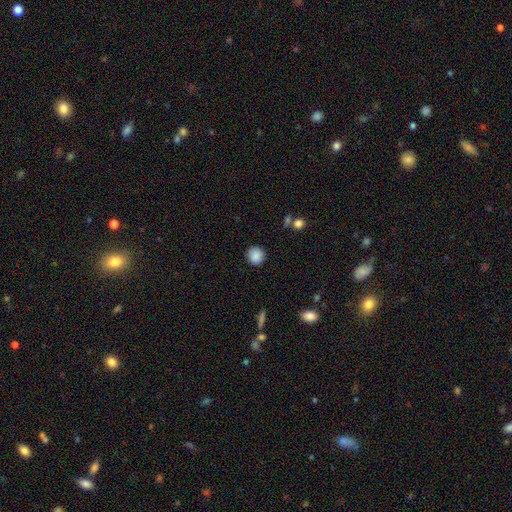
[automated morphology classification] Smooth or featured: smooth — 88% (star or artifact — 9%)
How rounded: round — 91% (in between — 8%)
Merging: none — 88% (minor disturbance — 8%)